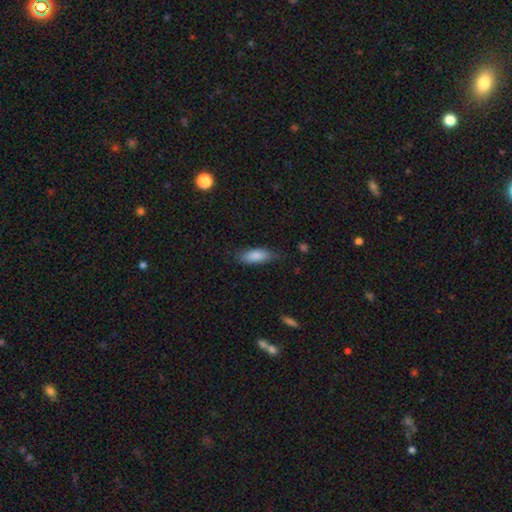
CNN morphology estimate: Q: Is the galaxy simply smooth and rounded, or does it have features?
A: smooth — 86%.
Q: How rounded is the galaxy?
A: in between — 74%.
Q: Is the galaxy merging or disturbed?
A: none — 75%.